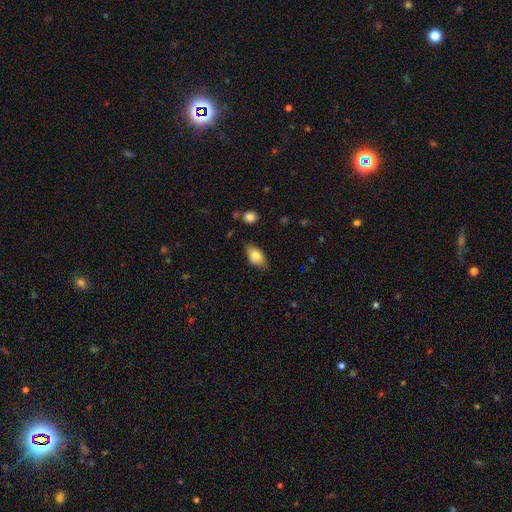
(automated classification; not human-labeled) Overall: smooth (80%). How rounded: in between (90%). Merging: none (78%).